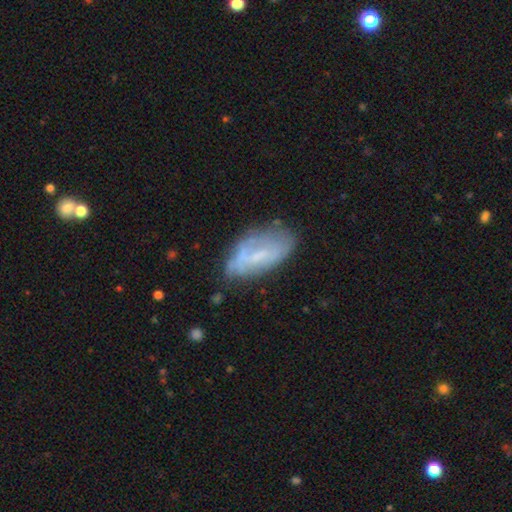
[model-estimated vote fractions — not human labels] The model was most divided on "smooth or featured": featured or disk: 47%, smooth: 44%, star or artifact: 9%. More confident: merging — none (56%).